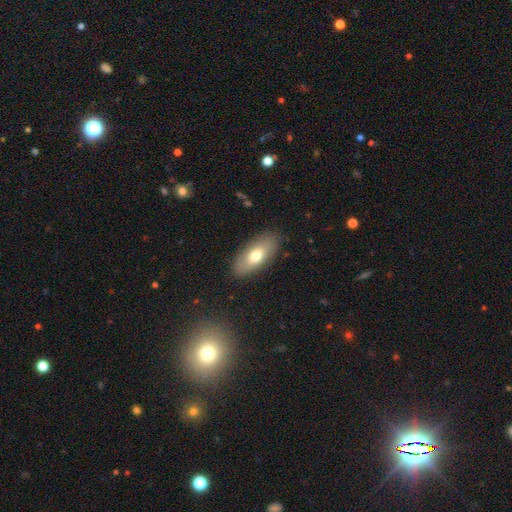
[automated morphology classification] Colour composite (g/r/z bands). It shows a smooth galaxy with no disk features (70%) that is in between round and cigar-shaped (83%). Merging: none (86%).